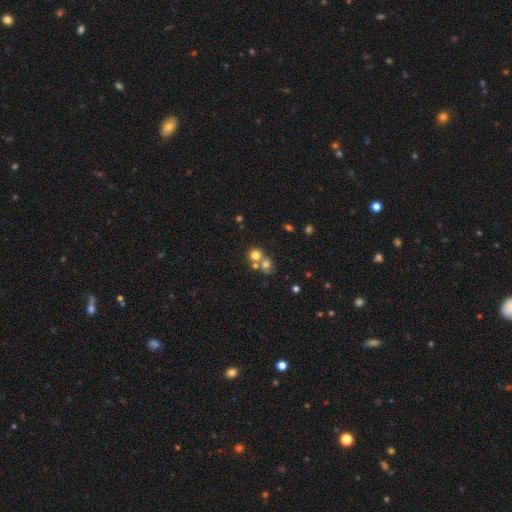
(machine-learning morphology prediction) Q: Smooth or featured?
A: smooth (70%); runner-up: featured or disk (15%)
Q: How rounded?
A: round (82%); runner-up: in between (17%)
Q: Merging?
A: merger (49%); runner-up: none (40%)